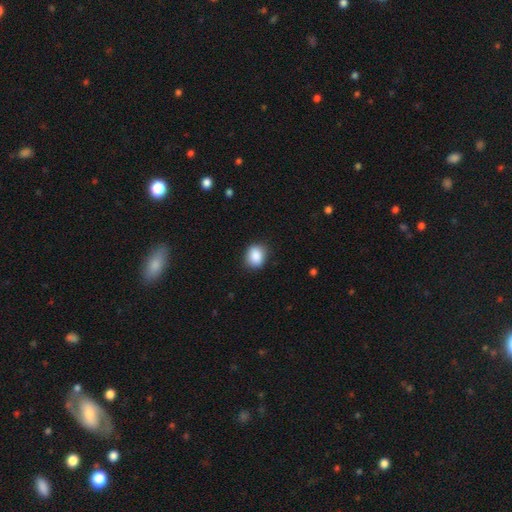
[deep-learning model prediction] Smooth or featured: smooth — 88% (star or artifact — 8%)
How rounded: round — 61% (in between — 38%)
Merging: none — 84% (minor disturbance — 13%)